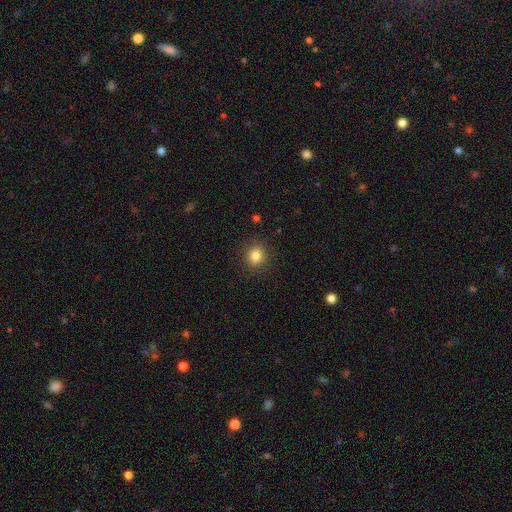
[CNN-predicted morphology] This appears to be a smooth galaxy with no disk features (84%) that is round (85%). Merging: none (90%).